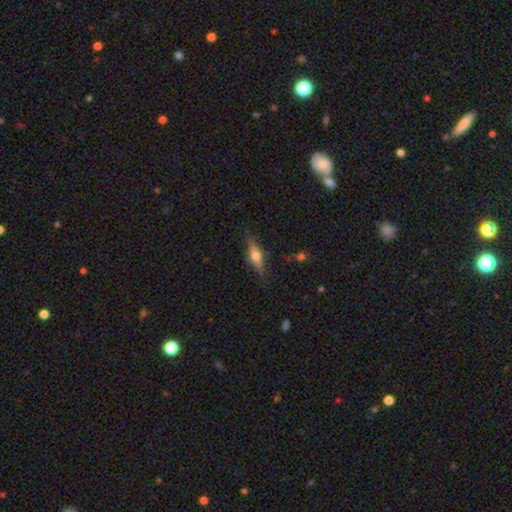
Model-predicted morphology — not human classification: A featured or disk galaxy (60%) viewed edge-on (95%) with a rounded central bulge (93%). Merging: none (83%).